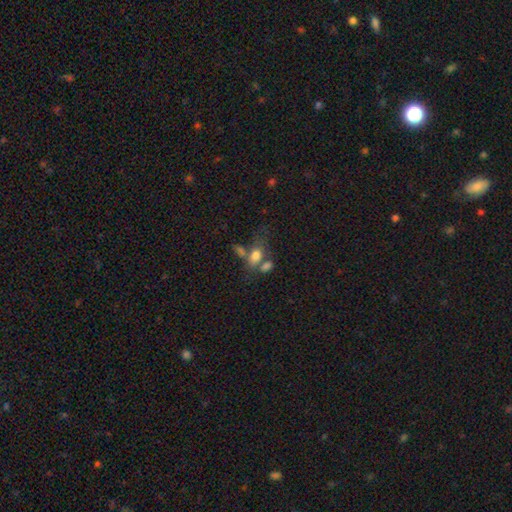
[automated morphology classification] A smooth galaxy with no disk features (72%) that is in between round and cigar-shaped (82%). Merging: merger (41%).